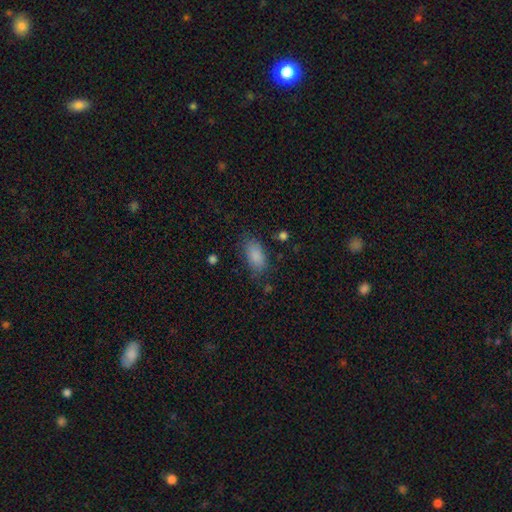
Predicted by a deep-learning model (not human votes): Smooth or featured?
  - smooth: 86% *
  - star or artifact: 8%
  - featured or disk: 6%
How rounded?
  - in between: 91% *
  - cigar-shaped: 5%
  - round: 4%
Merging?
  - none: 75% *
  - minor disturbance: 17%
  - major disturbance: 6%
  - merger: 2%